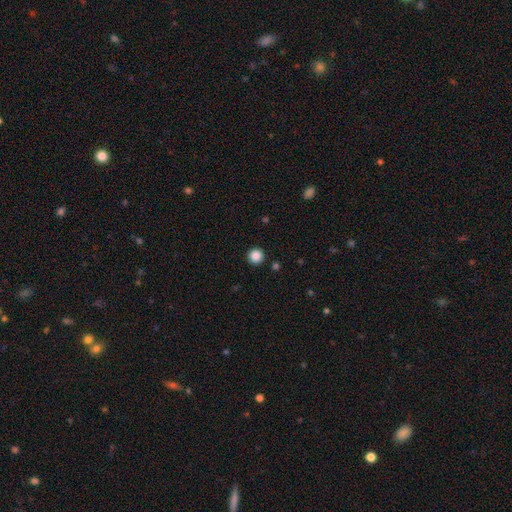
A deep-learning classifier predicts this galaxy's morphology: A smooth galaxy with no disk features (87%) that is round (96%). Merging: none (92%).